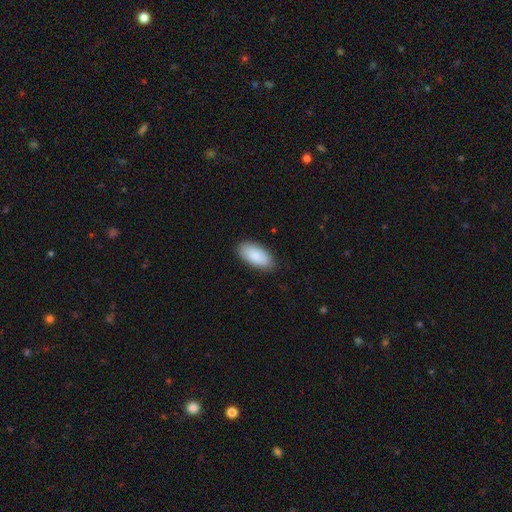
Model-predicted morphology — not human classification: smooth_or_featured: smooth (p=0.89) [alt: star or artifact p=0.05]
how_rounded: in between (p=0.94) [alt: cigar-shaped p=0.04]
merging: none (p=0.85) [alt: minor disturbance p=0.12]